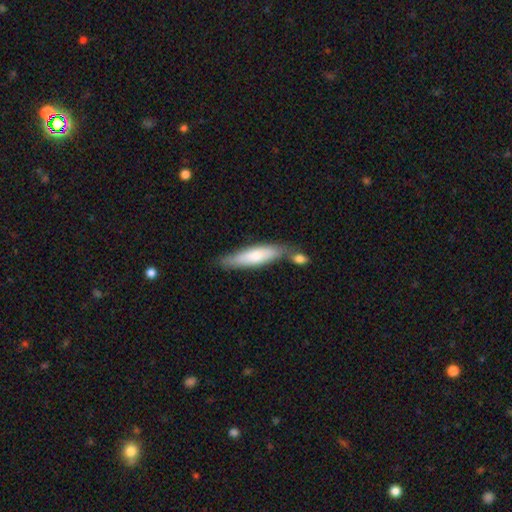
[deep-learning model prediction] smooth 68%, featured or disk 27%, star or artifact 5%. Down the decision tree: how rounded — cigar-shaped (70%); merging — none (57%).